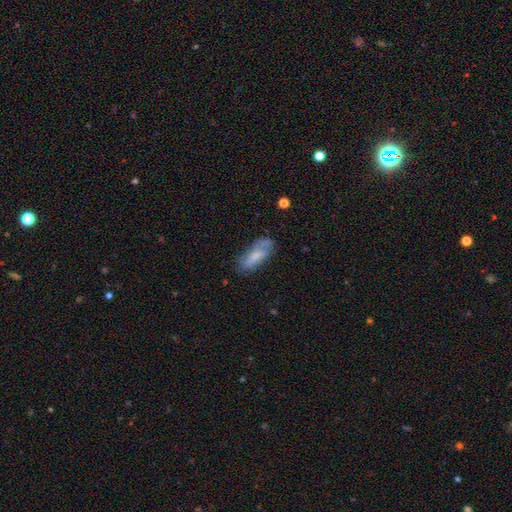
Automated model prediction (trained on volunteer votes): smooth_or_featured: smooth (p=0.64) [alt: featured or disk p=0.28]
how_rounded: in between (p=0.69) [alt: cigar-shaped p=0.29]
merging: none (p=0.58) [alt: minor disturbance p=0.28]